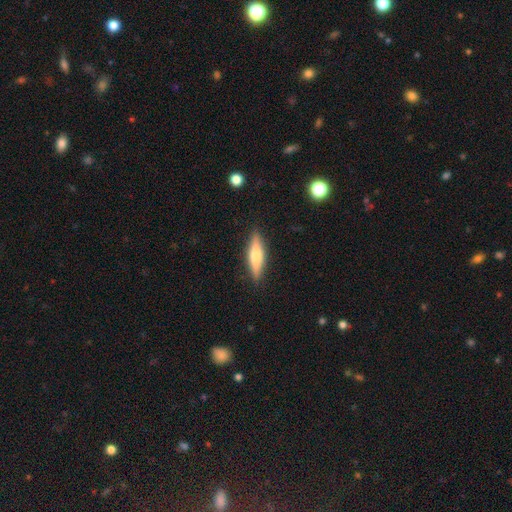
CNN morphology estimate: This appears to be a smooth galaxy with no disk features (54%) that is cigar-shaped (71%). Merging: none (88%).